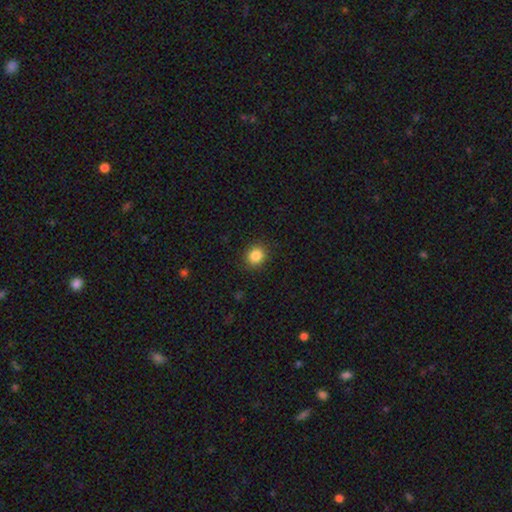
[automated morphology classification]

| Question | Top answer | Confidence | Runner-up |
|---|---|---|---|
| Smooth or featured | smooth | 86% | star or artifact (10%) |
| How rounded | round | 82% | in between (17%) |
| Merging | none | 90% | minor disturbance (7%) |